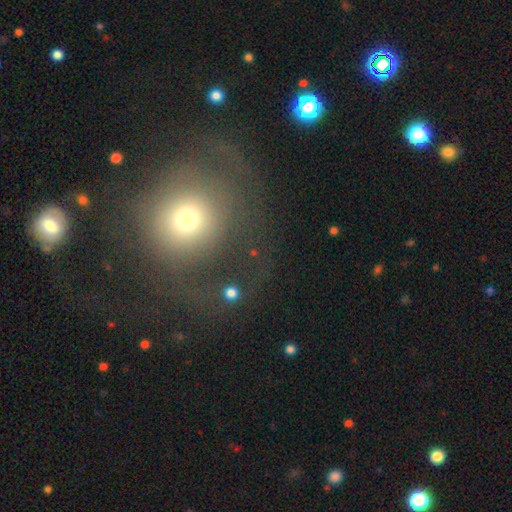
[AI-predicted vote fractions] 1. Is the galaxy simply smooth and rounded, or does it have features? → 60% smooth, 22% featured or disk, 18% star or artifact.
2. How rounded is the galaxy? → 87% round, 12% in between, 1% cigar-shaped.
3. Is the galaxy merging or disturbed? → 48% none, 32% major disturbance, 16% minor disturbance, 4% merger.